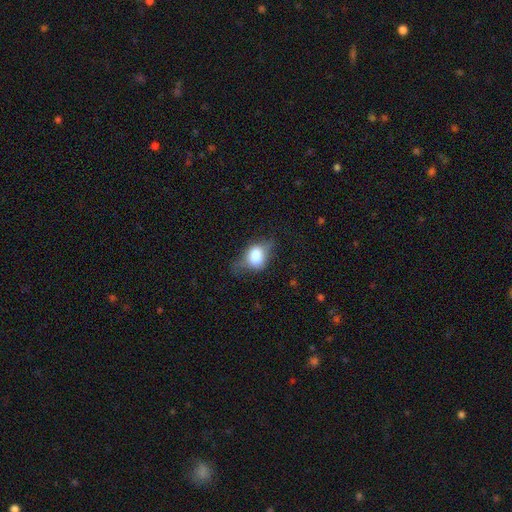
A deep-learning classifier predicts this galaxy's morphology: Q: Smooth or featured?
A: smooth (67%); runner-up: featured or disk (24%)
Q: How rounded?
A: in between (70%); runner-up: round (28%)
Q: Merging?
A: none (42%); runner-up: minor disturbance (34%)